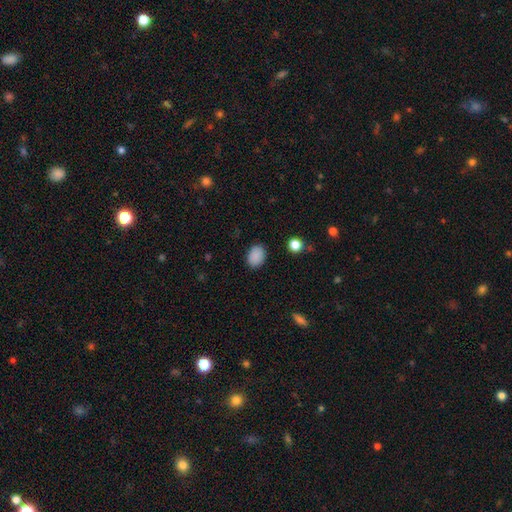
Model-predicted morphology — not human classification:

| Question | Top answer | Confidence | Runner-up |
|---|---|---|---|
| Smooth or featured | smooth | 88% | star or artifact (9%) |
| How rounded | in between | 75% | round (24%) |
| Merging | none | 86% | minor disturbance (10%) |